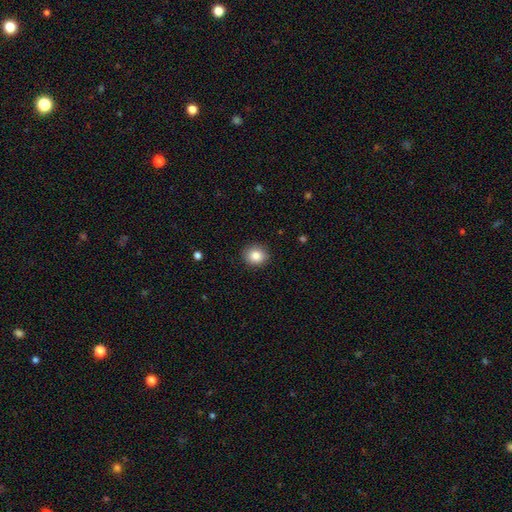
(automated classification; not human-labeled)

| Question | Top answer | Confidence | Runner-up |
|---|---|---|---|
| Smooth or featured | smooth | 85% | star or artifact (9%) |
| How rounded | round | 81% | in between (18%) |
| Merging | none | 90% | minor disturbance (7%) |